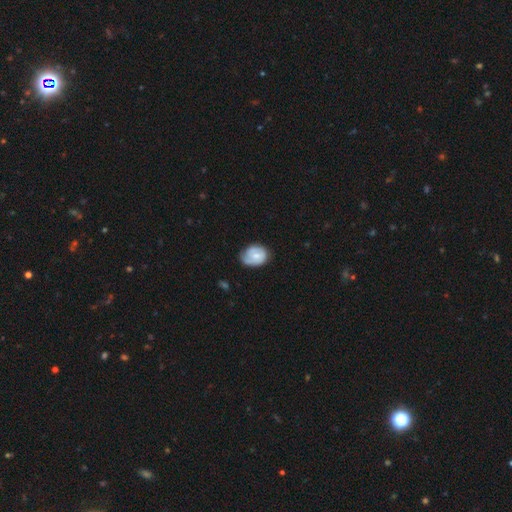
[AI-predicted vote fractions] A smooth galaxy with no disk features (50%). Merging: none (56%).